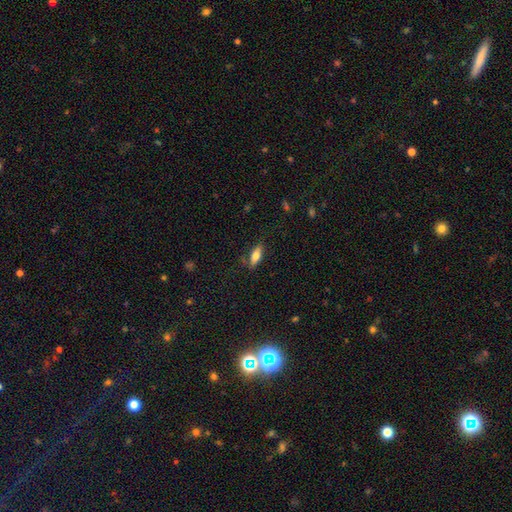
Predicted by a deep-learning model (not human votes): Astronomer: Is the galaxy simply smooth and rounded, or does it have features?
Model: smooth — 69%.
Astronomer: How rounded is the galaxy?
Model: in between — 67%.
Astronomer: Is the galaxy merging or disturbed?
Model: none — 80%.